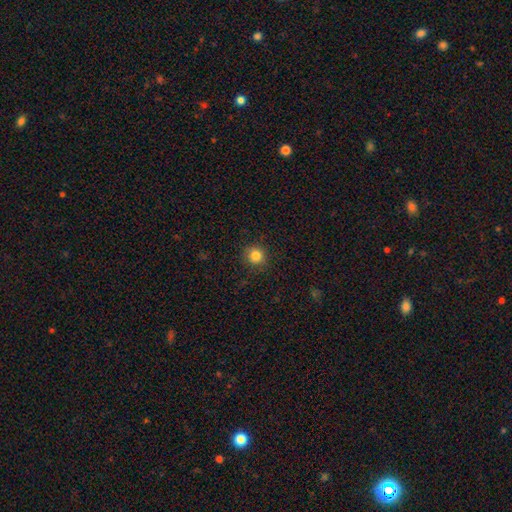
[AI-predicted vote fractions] Smooth or featured? smooth (83%)
How rounded? round (92%)
Merging? none (90%)